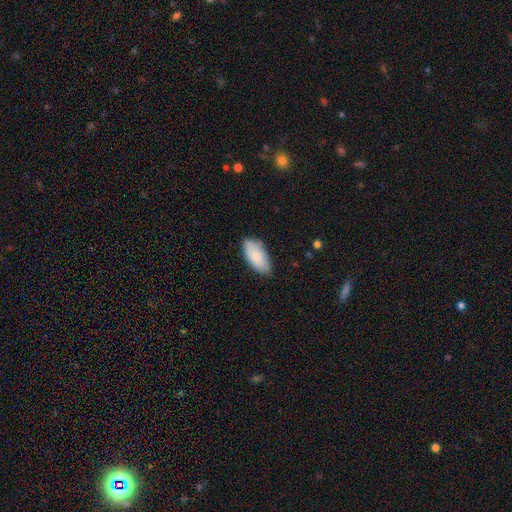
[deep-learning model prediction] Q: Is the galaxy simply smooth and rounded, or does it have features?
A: smooth — 83%.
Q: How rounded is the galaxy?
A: in between — 93%.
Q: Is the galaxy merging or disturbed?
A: none — 78%.